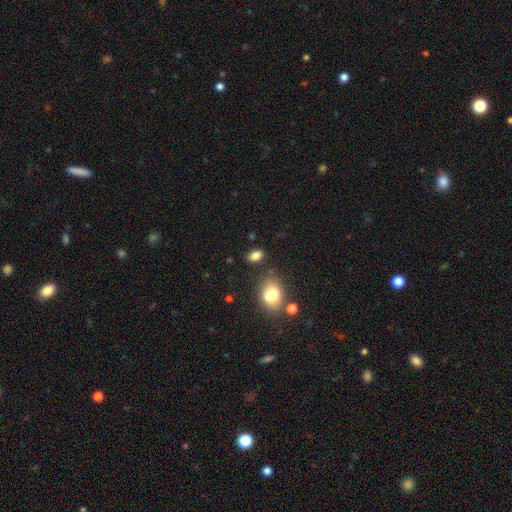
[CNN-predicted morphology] smooth 81%, star or artifact 11%, featured or disk 8%. Down the decision tree: how rounded — in between (84%); merging — none (72%).